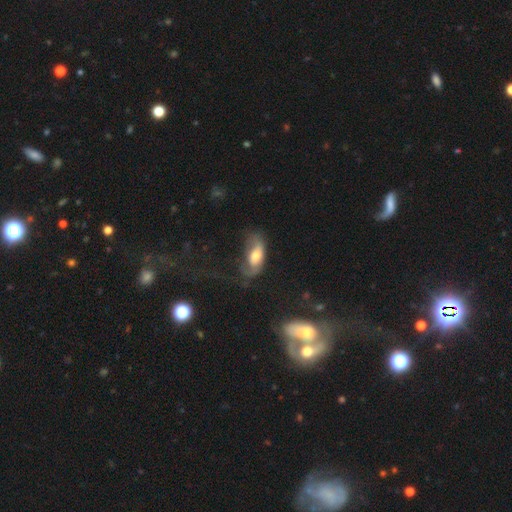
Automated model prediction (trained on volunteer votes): The model was most divided on "merging": major disturbance: 36%, none: 34%, minor disturbance: 27%, merger: 3%. More confident: how rounded — in between (86%); smooth or featured — smooth (53%).